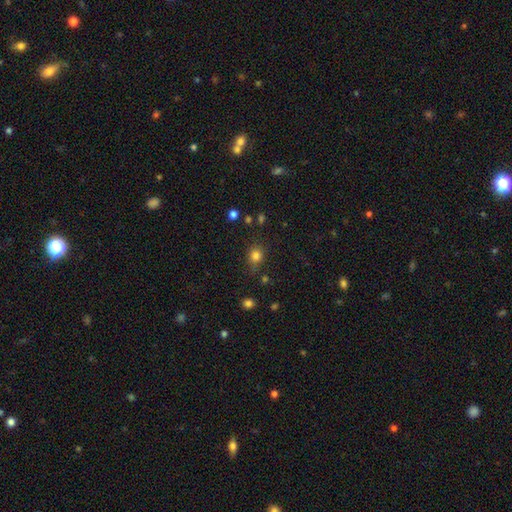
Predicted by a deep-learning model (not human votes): Smooth or featured: smooth — 80% (star or artifact — 14%)
How rounded: round — 77% (in between — 22%)
Merging: none — 70% (minor disturbance — 19%)